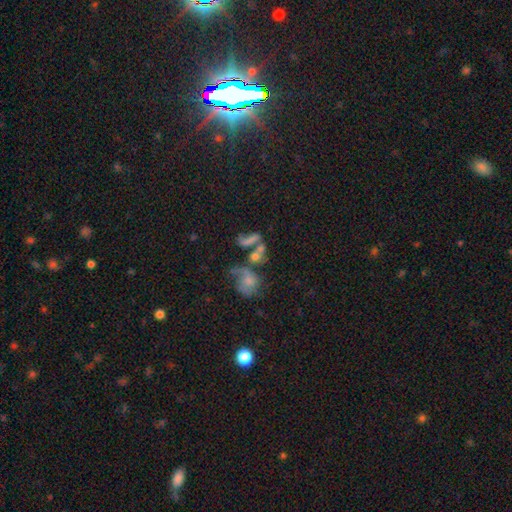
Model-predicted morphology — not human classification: type=featured or disk (44%); merging=merger (36%).